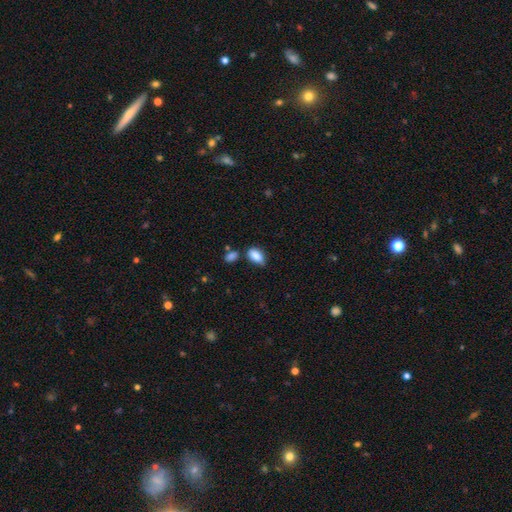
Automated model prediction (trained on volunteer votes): smooth_or_featured: smooth (p=0.84) [alt: star or artifact p=0.08]
how_rounded: in between (p=0.89) [alt: round p=0.06]
merging: none (p=0.52) [alt: minor disturbance p=0.30]